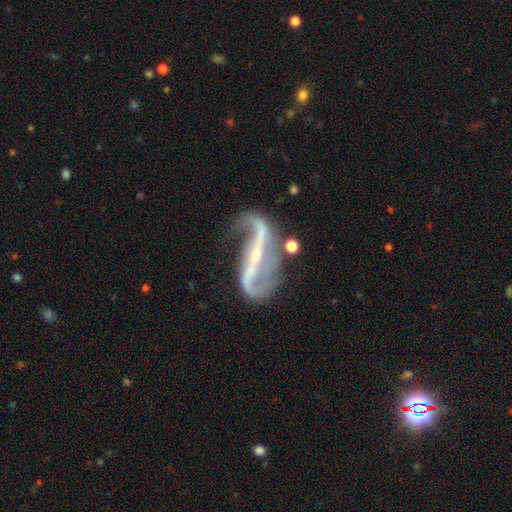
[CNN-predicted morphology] The model was most divided on "merging": none: 59%, minor disturbance: 20%, major disturbance: 15%, merger: 6%. More confident: spiral arms — yes (96%); edge-on disk — no (93%); spiral arm count — 2 (92%); smooth or featured — featured or disk (91%); bulge size — small (80%); spiral winding — loose (75%); bar — strong (70%).